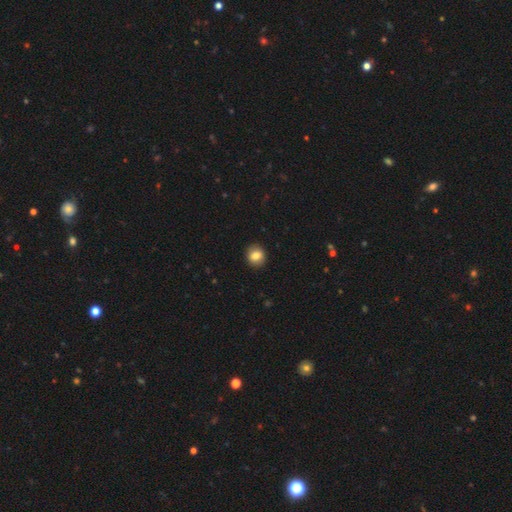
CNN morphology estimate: The model was most divided on "how rounded": round: 78%, in between: 21%, cigar-shaped: 1%. More confident: merging — none (90%); smooth or featured — smooth (82%).